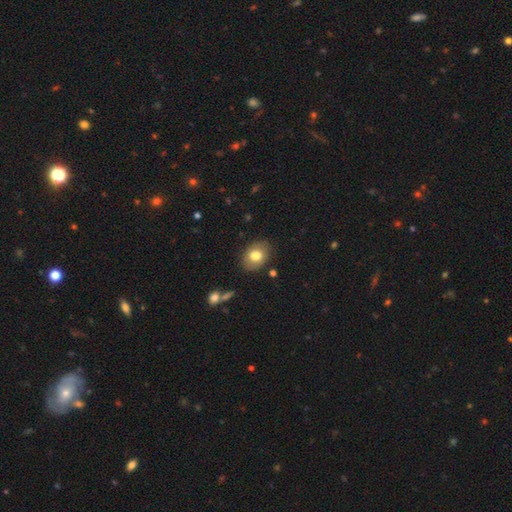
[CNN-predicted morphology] Q: Smooth or featured?
A: smooth (76%); runner-up: featured or disk (16%)
Q: How rounded?
A: in between (68%); runner-up: round (31%)
Q: Merging?
A: none (84%); runner-up: minor disturbance (12%)